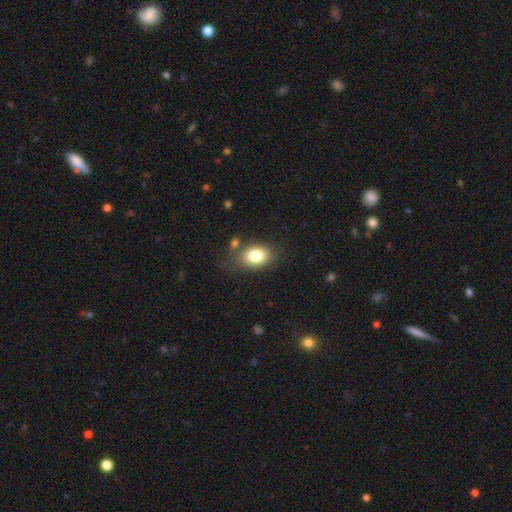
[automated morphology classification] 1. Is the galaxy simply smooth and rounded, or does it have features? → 81% smooth, 10% featured or disk, 9% star or artifact.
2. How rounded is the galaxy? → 79% in between, 19% round, 1% cigar-shaped.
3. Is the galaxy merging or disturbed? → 72% none, 16% minor disturbance, 7% merger, 6% major disturbance.